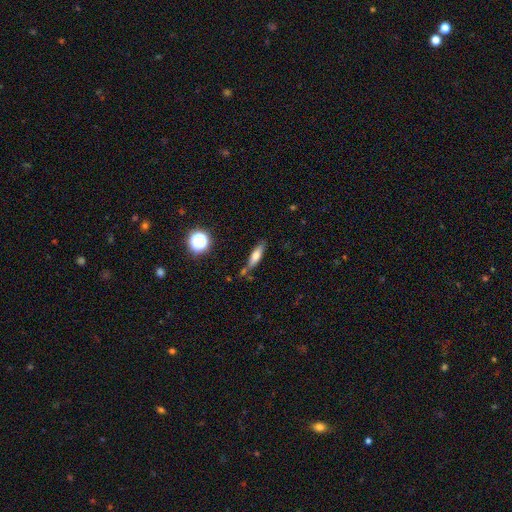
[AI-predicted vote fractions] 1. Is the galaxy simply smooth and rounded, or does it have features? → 61% smooth, 29% featured or disk, 10% star or artifact.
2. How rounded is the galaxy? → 59% cigar-shaped, 37% in between, 4% round.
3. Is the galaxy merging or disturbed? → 70% none, 17% minor disturbance, 8% merger, 4% major disturbance.